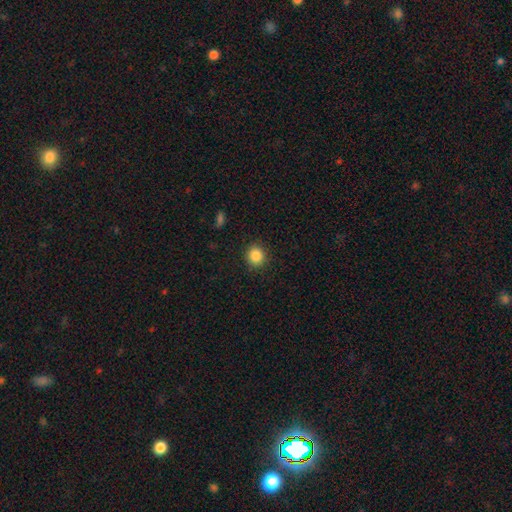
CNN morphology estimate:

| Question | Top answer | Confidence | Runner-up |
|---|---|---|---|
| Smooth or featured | smooth | 87% | star or artifact (10%) |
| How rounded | round | 86% | in between (13%) |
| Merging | none | 91% | minor disturbance (6%) |